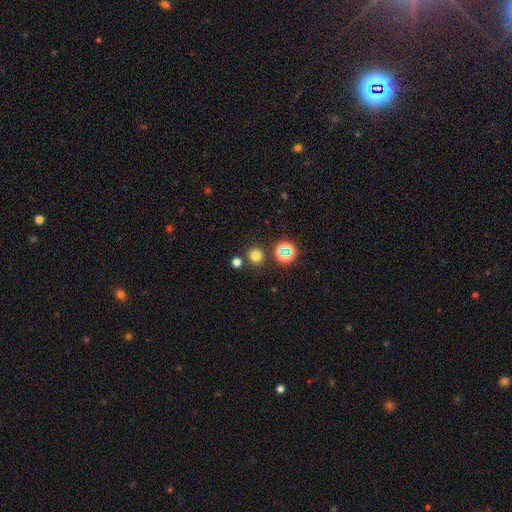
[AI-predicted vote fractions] A smooth galaxy with no disk features (72%) that is round (92%). Merging: none (81%).